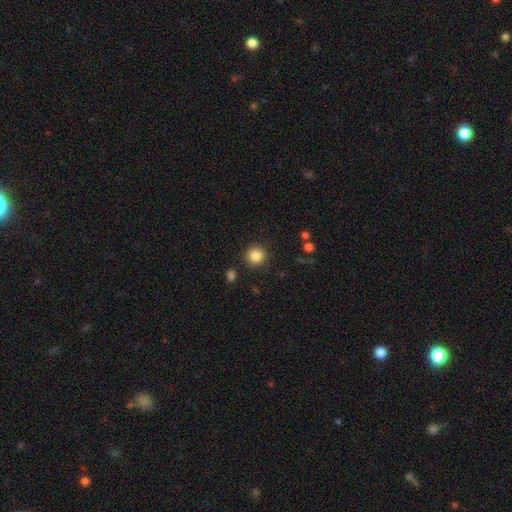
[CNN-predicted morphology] smooth_or_featured: smooth (p=0.85) [alt: star or artifact p=0.10]
how_rounded: round (p=0.94) [alt: in between p=0.05]
merging: none (p=0.90) [alt: minor disturbance p=0.06]